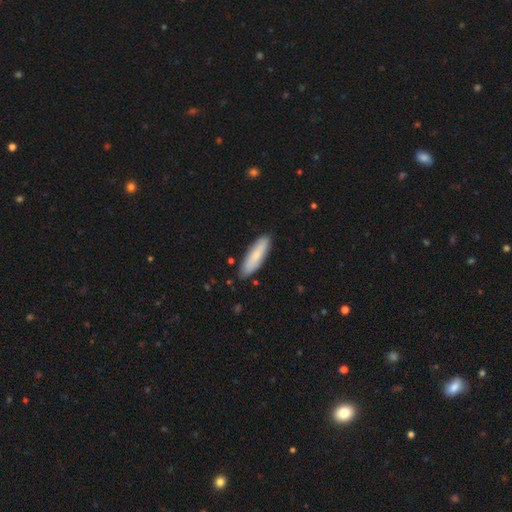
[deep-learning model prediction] smooth-or-featured: smooth: 78% | featured or disk: 16% | star or artifact: 5%
  how-rounded: cigar-shaped: 64% | in between: 35% | round: 1%
  merging: none: 86% | minor disturbance: 11% | major disturbance: 2% | merger: 1%